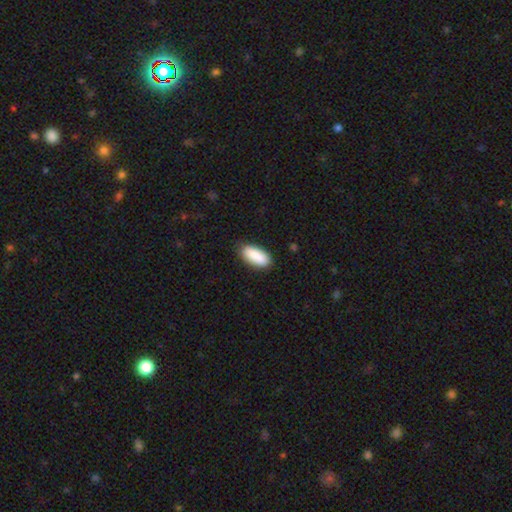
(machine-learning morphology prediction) The model was most divided on "merging": none: 84%, minor disturbance: 12%, major disturbance: 2%, merger: 1%. More confident: smooth or featured — smooth (89%); how rounded — in between (86%).